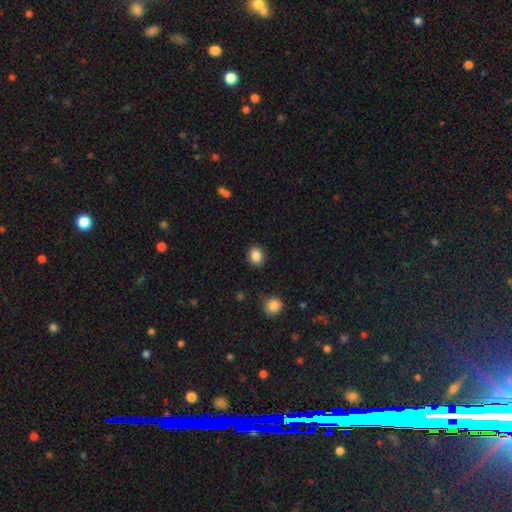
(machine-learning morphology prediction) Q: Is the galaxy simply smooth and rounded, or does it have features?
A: smooth — 86%.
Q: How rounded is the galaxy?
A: round — 51%.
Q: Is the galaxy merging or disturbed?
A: none — 89%.